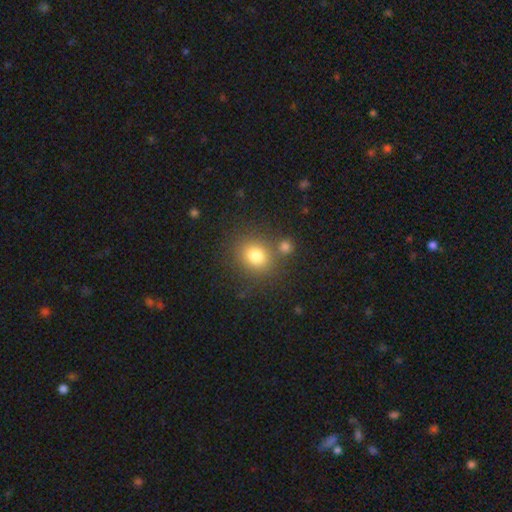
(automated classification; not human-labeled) Morphology: type=smooth (79%); roundness=round (73%); merging=none (71%).